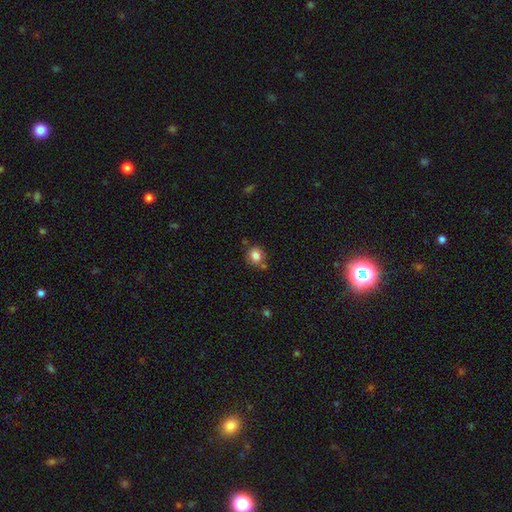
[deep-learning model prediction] A smooth galaxy with no disk features (82%) that is round (73%).

Vote fractions:
- Smooth or featured? smooth: 82% / star or artifact: 10% / featured or disk: 8%
- How rounded? round: 73% / in between: 26% / cigar-shaped: 1%
- Merging? none: 70% / minor disturbance: 15% / merger: 10% / major disturbance: 4%